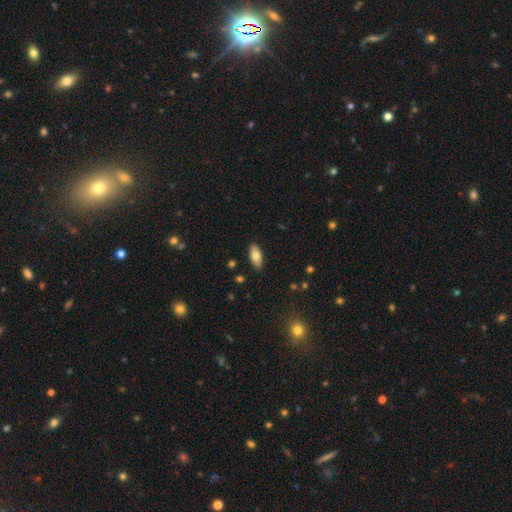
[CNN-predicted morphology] smooth_or_featured: smooth (p=0.73) [alt: featured or disk p=0.20]
how_rounded: in between (p=0.84) [alt: cigar-shaped p=0.14]
merging: none (p=0.88) [alt: minor disturbance p=0.09]